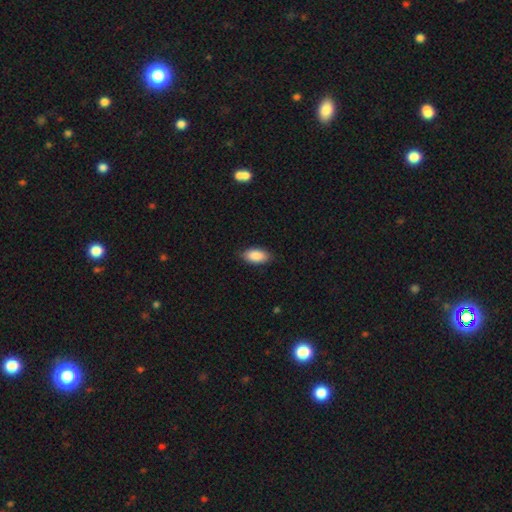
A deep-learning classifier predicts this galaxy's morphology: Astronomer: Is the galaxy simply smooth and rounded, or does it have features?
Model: smooth — 89%.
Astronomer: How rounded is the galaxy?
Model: in between — 93%.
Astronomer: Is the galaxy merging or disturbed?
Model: none — 85%.